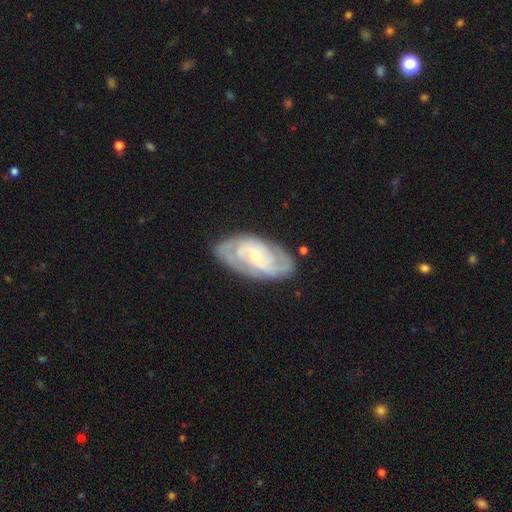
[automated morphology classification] The model was most divided on "bar": no: 48%, weak: 42%, strong: 10%. Remaining: edge-on disk — no (95%); spiral arms — yes (94%); smooth or featured — featured or disk (83%); merging — none (77%); spiral winding — tight (58%); bulge size — small (51%); spiral arm count — 2 (42%).